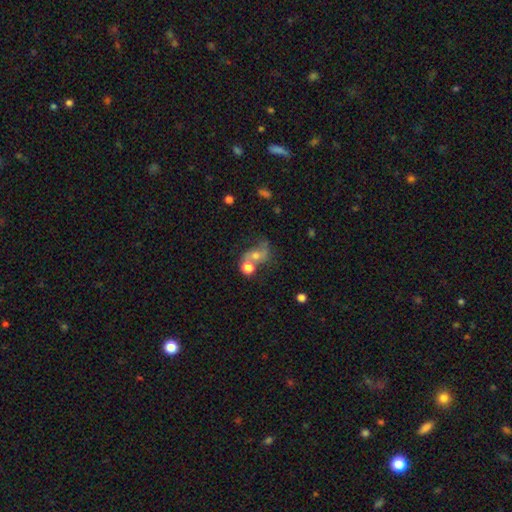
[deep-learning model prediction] The model was most divided on "smooth or featured": smooth: 43%, featured or disk: 41%, star or artifact: 16%. Remaining: merging — merger (43%).